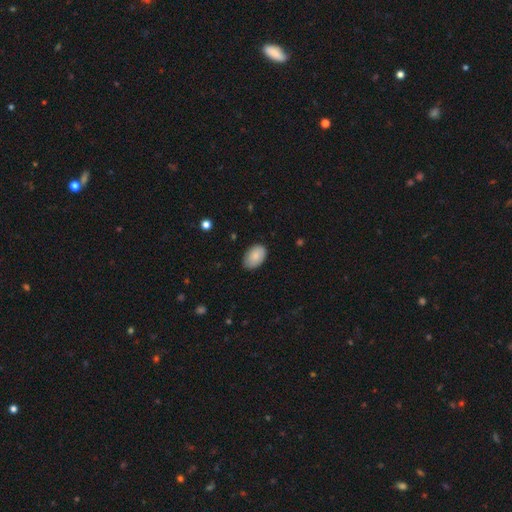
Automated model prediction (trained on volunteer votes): Overall: smooth (85%). How rounded: in between (91%). Merging: none (82%).